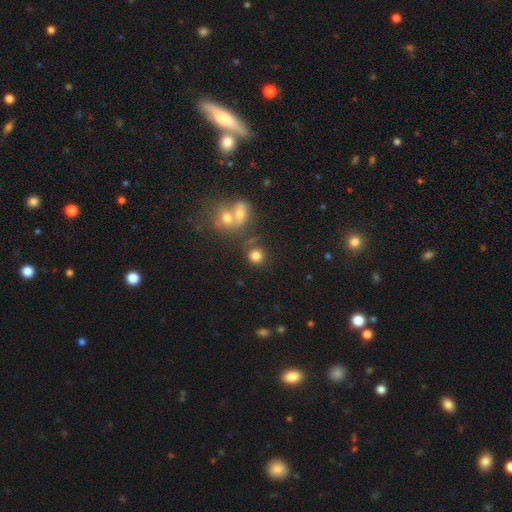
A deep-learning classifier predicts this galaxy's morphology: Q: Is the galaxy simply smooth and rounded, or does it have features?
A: smooth — 78%.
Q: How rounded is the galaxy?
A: round — 88%.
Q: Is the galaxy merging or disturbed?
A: none — 69%.